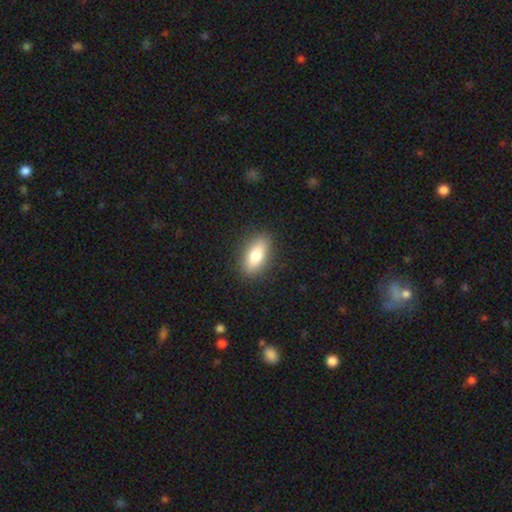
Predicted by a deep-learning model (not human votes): smooth_or_featured: smooth (p=0.77) [alt: featured or disk p=0.16]
how_rounded: in between (p=0.82) [alt: cigar-shaped p=0.14]
merging: none (p=0.88) [alt: minor disturbance p=0.09]